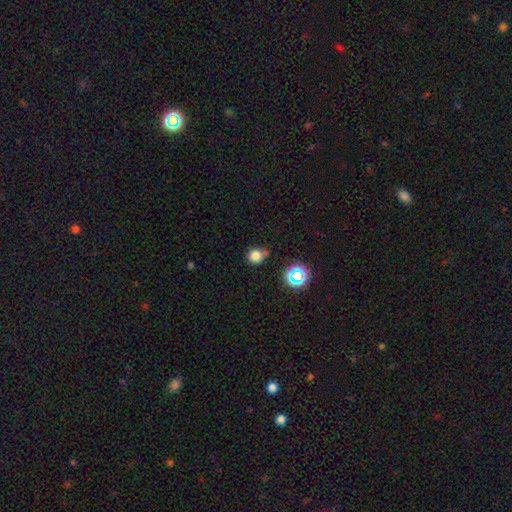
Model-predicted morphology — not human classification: Overall: smooth (77%). How rounded: round (81%). Merging: none (65%).